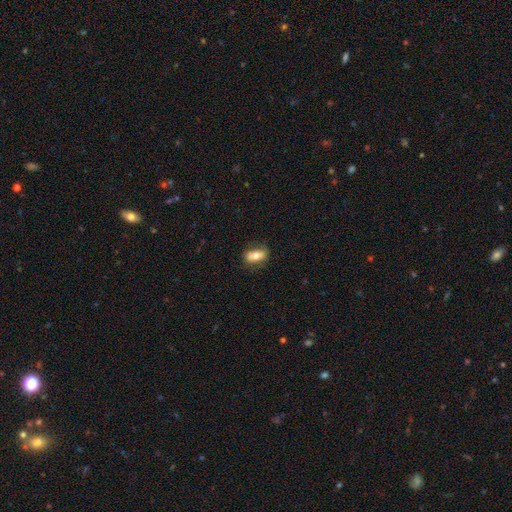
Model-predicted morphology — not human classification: smooth_or_featured: smooth (p=0.68) [alt: featured or disk p=0.24]
how_rounded: in between (p=0.84) [alt: cigar-shaped p=0.09]
merging: none (p=0.77) [alt: minor disturbance p=0.17]